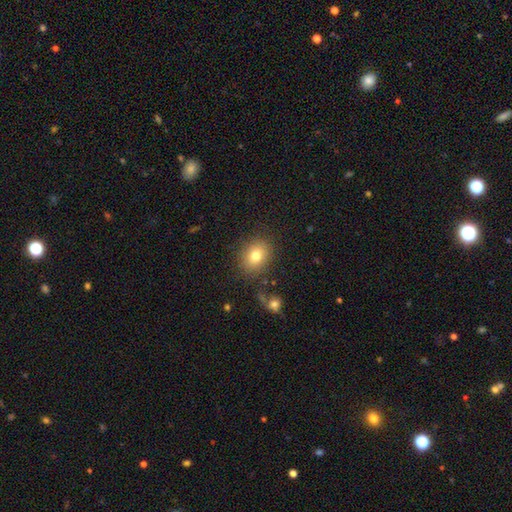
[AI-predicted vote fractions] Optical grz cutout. It shows a smooth galaxy with no disk features (78%) that is round (51%). Merging: none (84%).